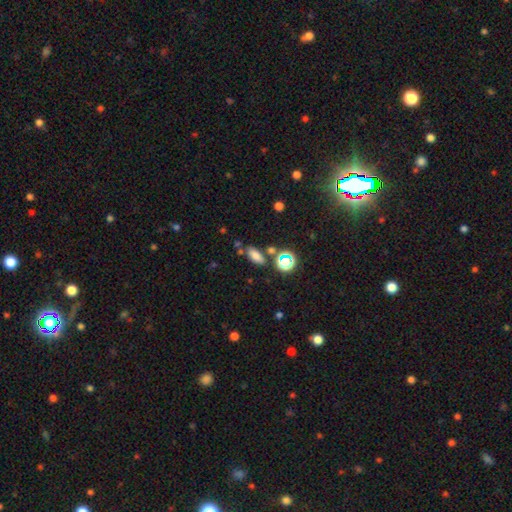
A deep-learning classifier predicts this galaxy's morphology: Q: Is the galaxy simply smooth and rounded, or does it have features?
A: smooth — 72%.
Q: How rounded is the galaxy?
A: in between — 78%.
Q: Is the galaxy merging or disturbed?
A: none — 72%.